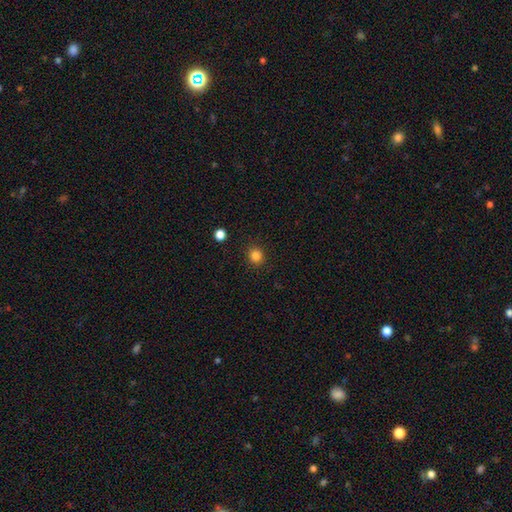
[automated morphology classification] Overall: smooth (84%). How rounded: round (88%). Merging: none (90%).